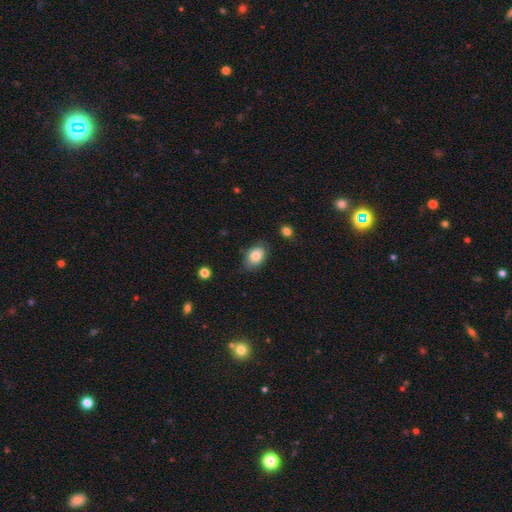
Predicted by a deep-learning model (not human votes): Smooth or featured? Predicted: smooth (p=0.80). How rounded? Predicted: in between (p=0.79). Merging? Predicted: none (p=0.76).